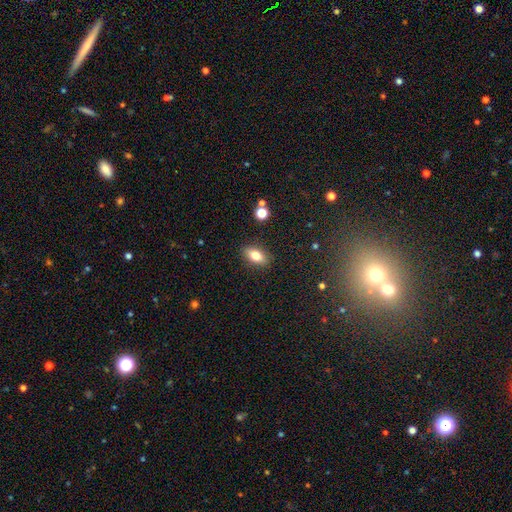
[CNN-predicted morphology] Smooth or featured? Predicted: smooth (p=0.78). How rounded? Predicted: in between (p=0.85). Merging? Predicted: none (p=0.87).